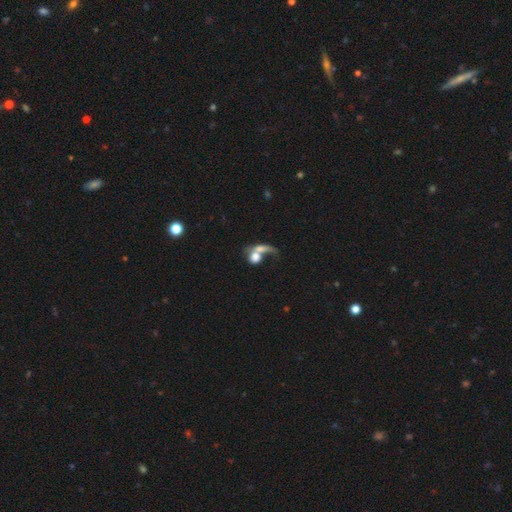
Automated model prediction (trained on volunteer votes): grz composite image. It shows a smooth galaxy with no disk features (59%) that is round (56%). Merging: merger (54%).